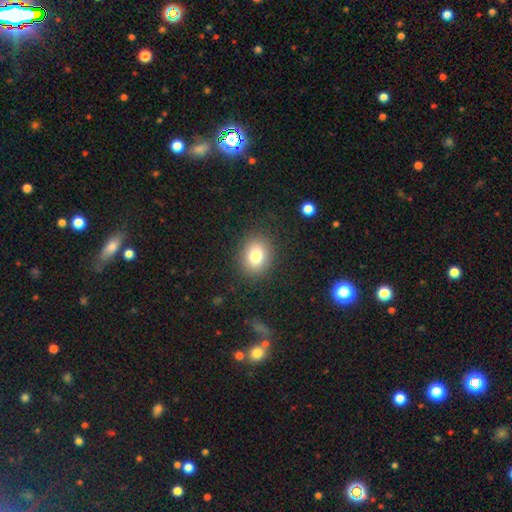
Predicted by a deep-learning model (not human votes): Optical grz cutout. It shows a smooth galaxy with no disk features (79%) that is round (58%). Merging: none (87%).